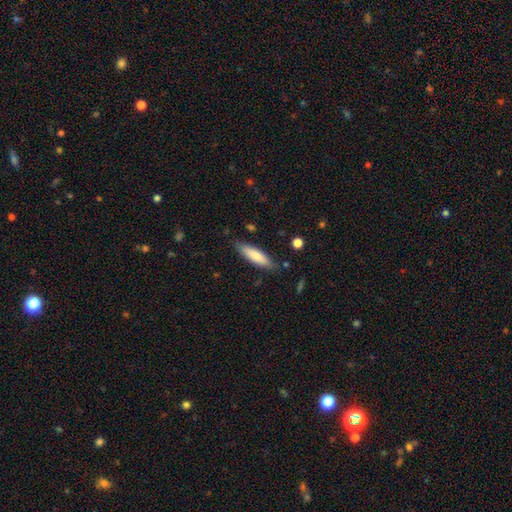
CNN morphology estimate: smooth_or_featured: smooth (p=0.77) [alt: featured or disk p=0.18]
how_rounded: cigar-shaped (p=0.65) [alt: in between p=0.34]
merging: none (p=0.82) [alt: minor disturbance p=0.13]